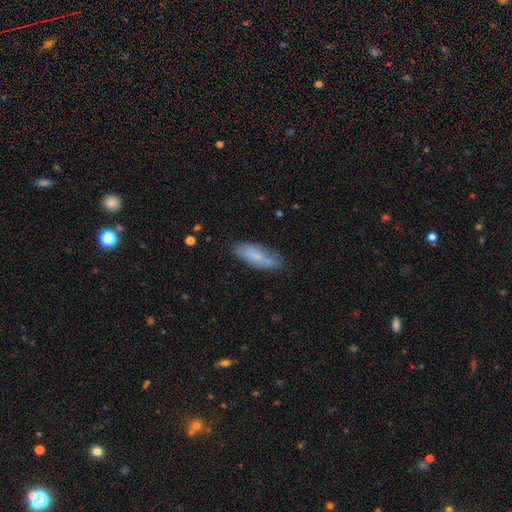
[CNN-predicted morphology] Smooth or featured: smooth — 70% (featured or disk — 23%)
How rounded: in between — 62% (cigar-shaped — 36%)
Merging: none — 67% (minor disturbance — 24%)